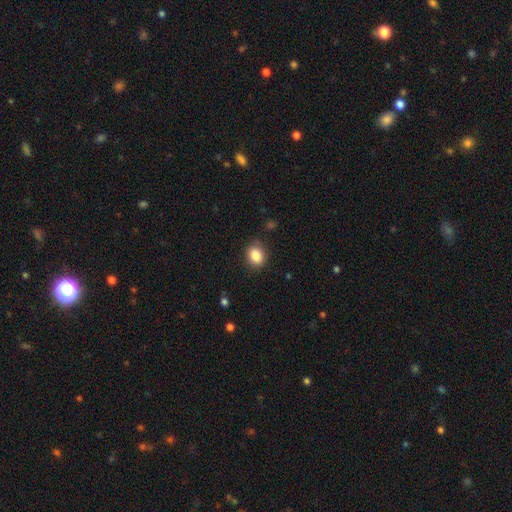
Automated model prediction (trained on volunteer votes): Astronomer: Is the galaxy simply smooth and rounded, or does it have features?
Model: smooth — 86%.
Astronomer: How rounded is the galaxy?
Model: in between — 52% (runner-up: round, 47%).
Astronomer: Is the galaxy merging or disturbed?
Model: none — 83%.